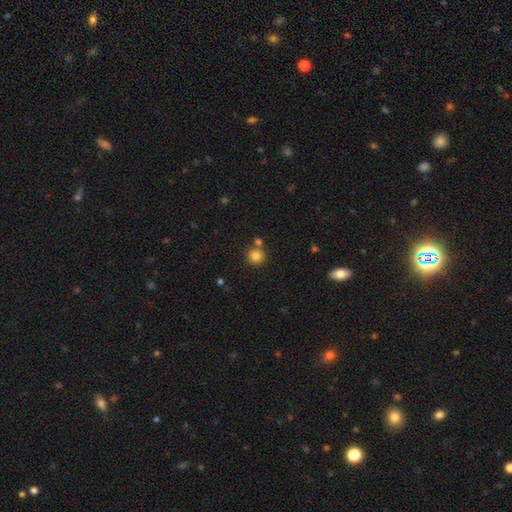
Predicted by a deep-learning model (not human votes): Smooth or featured? Predicted: smooth (p=0.84). How rounded? Predicted: round (p=0.93). Merging? Predicted: none (p=0.76).